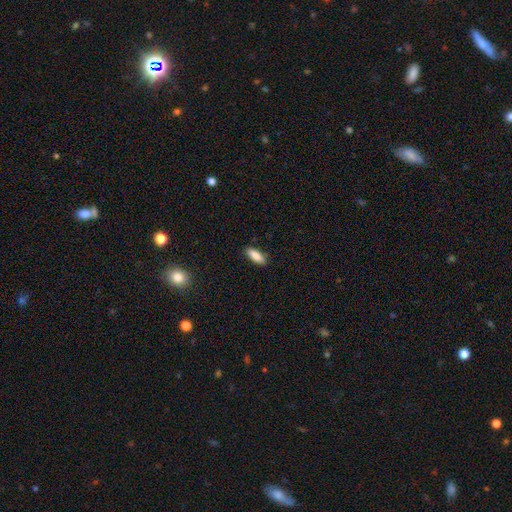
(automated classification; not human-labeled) smooth 85%, featured or disk 8%, star or artifact 7%. Down the decision tree: how rounded — in between (61%); merging — none (88%).